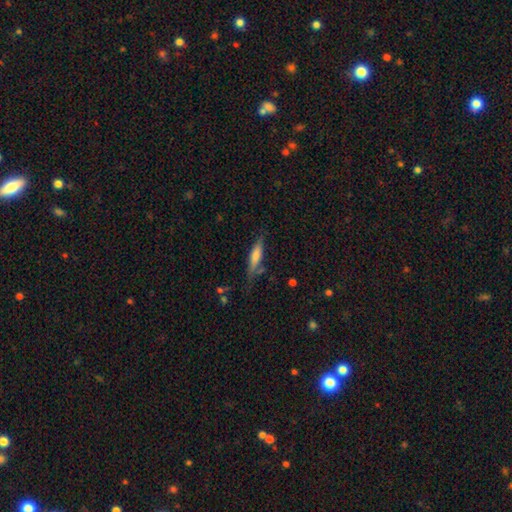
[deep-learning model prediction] A smooth galaxy with no disk features (56%) that is cigar-shaped (79%).

Vote fractions:
- Smooth or featured? smooth: 56% / featured or disk: 37% / star or artifact: 7%
- How rounded? cigar-shaped: 79% / in between: 20% / round: 2%
- Merging? none: 69% / minor disturbance: 21% / major disturbance: 6% / merger: 4%